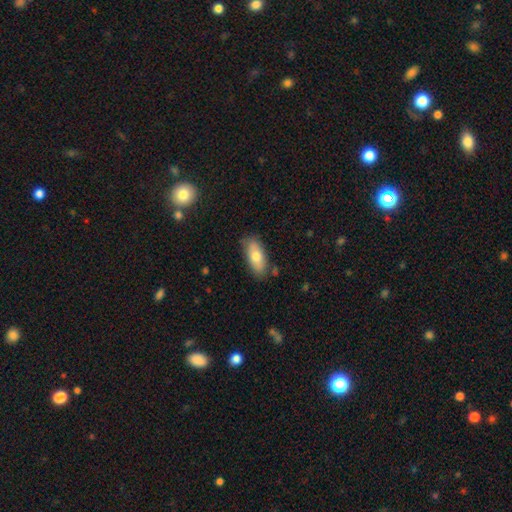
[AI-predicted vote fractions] smooth-or-featured: smooth: 74% | featured or disk: 20% | star or artifact: 6%
  how-rounded: in between: 84% | cigar-shaped: 13% | round: 3%
  merging: none: 80% | minor disturbance: 15% | major disturbance: 3% | merger: 3%